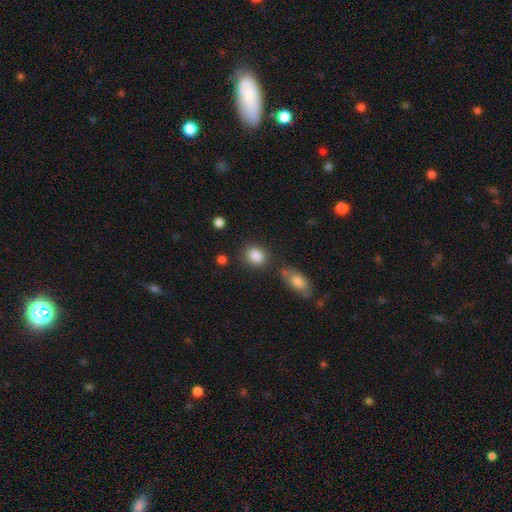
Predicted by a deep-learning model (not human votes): A smooth galaxy with no disk features (86%) that is round (60%).

Vote fractions:
- Smooth or featured? smooth: 86% / star or artifact: 9% / featured or disk: 5%
- How rounded? round: 60% / in between: 39% / cigar-shaped: 2%
- Merging? none: 77% / minor disturbance: 11% / merger: 8% / major disturbance: 4%